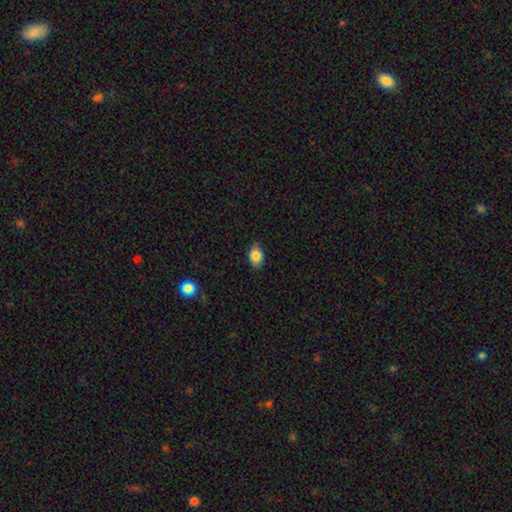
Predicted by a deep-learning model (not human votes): A smooth galaxy with no disk features (85%) that is in between round and cigar-shaped (70%). Merging: none (82%).